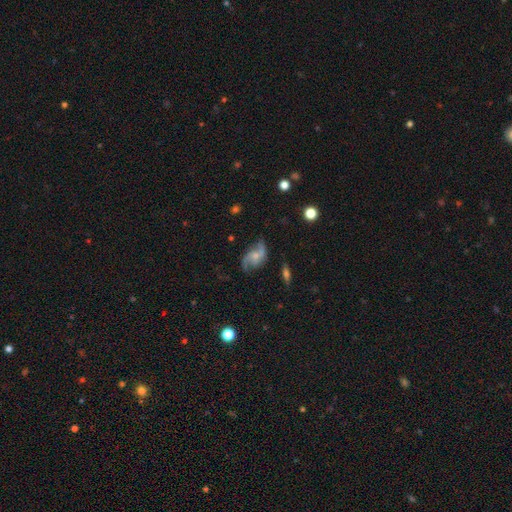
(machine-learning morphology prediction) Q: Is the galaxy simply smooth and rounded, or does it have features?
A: featured or disk — 81%.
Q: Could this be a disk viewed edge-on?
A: no — 97%.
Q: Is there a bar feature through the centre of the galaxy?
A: no — 61%.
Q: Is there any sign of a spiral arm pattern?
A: yes — 95%.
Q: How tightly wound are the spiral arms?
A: loose — 64%.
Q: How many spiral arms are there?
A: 2 — 86%.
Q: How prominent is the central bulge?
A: small — 53%.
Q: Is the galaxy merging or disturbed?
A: none — 65%.